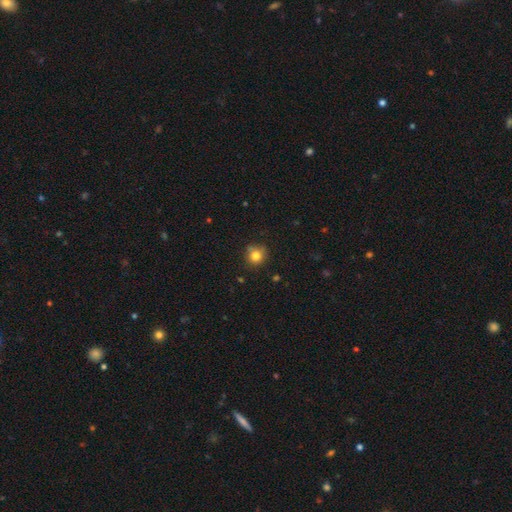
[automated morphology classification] Q: Smooth or featured?
A: smooth (81%); runner-up: star or artifact (12%)
Q: How rounded?
A: round (89%); runner-up: in between (10%)
Q: Merging?
A: none (76%); runner-up: minor disturbance (17%)